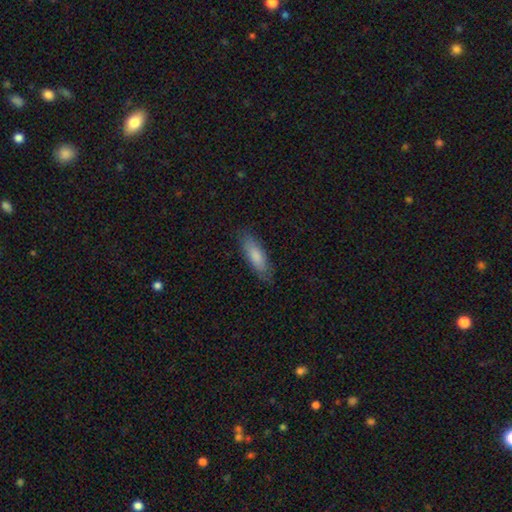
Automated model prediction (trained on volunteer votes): smooth 80%, featured or disk 15%, star or artifact 5%. Down the decision tree: how rounded — in between (53%); merging — none (81%).